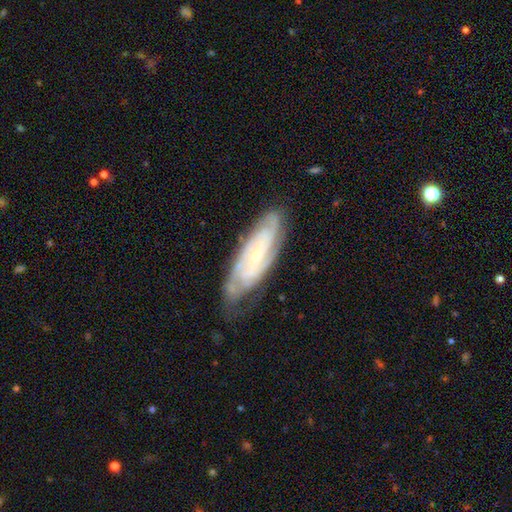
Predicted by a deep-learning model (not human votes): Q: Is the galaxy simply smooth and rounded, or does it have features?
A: featured or disk — 79%.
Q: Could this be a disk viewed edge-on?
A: no — 87%.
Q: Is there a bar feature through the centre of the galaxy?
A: no — 61%.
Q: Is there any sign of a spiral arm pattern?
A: yes — 94%.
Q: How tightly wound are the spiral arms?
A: tight — 66%.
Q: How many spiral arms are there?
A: can't tell — 36%.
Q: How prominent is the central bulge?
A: small — 74%.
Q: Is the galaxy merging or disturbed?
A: none — 68%.